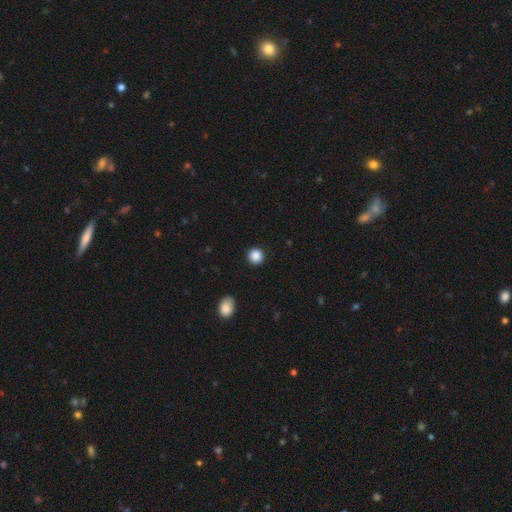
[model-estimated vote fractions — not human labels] Q: Smooth or featured?
A: smooth (88%); runner-up: star or artifact (9%)
Q: How rounded?
A: round (94%); runner-up: in between (5%)
Q: Merging?
A: none (92%); runner-up: minor disturbance (5%)